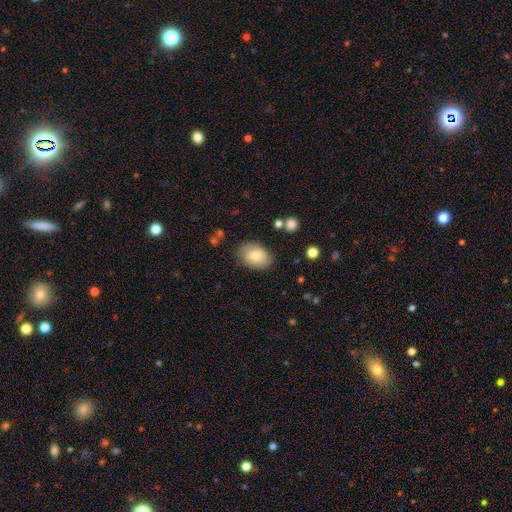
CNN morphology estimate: Smooth or featured: smooth — 73% (featured or disk — 19%)
How rounded: in between — 80% (round — 19%)
Merging: none — 76% (minor disturbance — 18%)